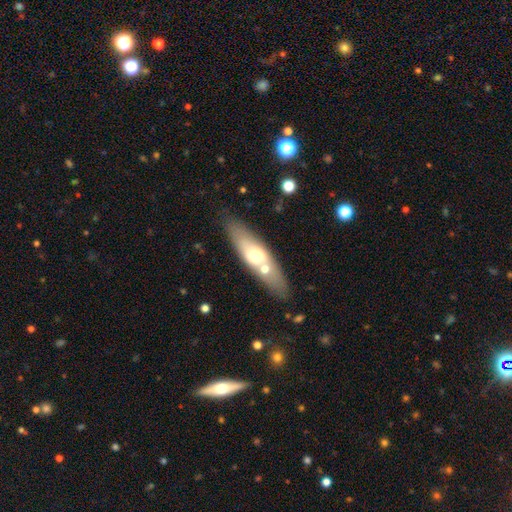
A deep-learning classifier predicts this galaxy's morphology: This appears to be a smooth galaxy with no disk features (54%) that is cigar-shaped (51%). Merging: none (70%).